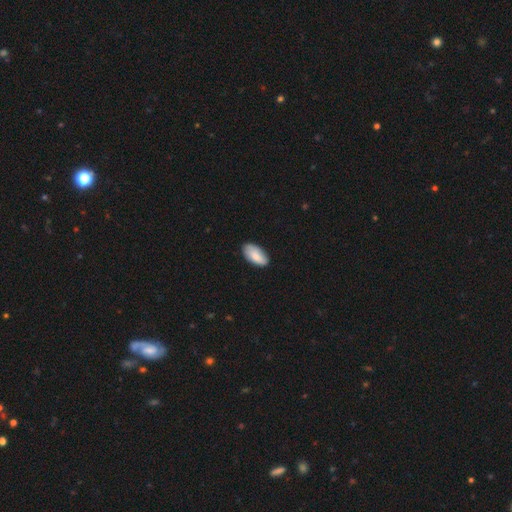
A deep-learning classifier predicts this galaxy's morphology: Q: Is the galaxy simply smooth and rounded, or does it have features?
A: smooth — 84%.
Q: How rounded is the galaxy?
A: in between — 94%.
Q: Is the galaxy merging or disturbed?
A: none — 81%.